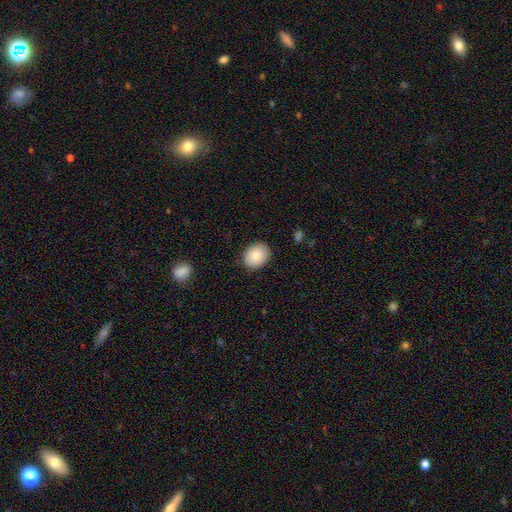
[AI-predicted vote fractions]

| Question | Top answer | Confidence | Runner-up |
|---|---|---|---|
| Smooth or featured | smooth | 85% | star or artifact (8%) |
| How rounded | round | 51% | in between (48%) |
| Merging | none | 87% | minor disturbance (10%) |